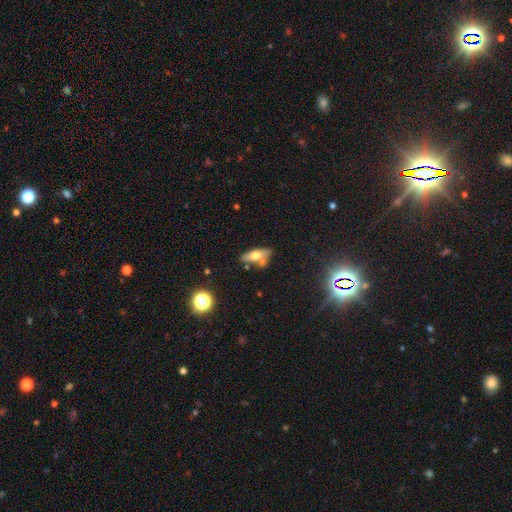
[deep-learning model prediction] The model was most divided on "smooth or featured": smooth: 60%, featured or disk: 30%, star or artifact: 10%. More confident: how rounded — in between (70%); merging — none (54%).